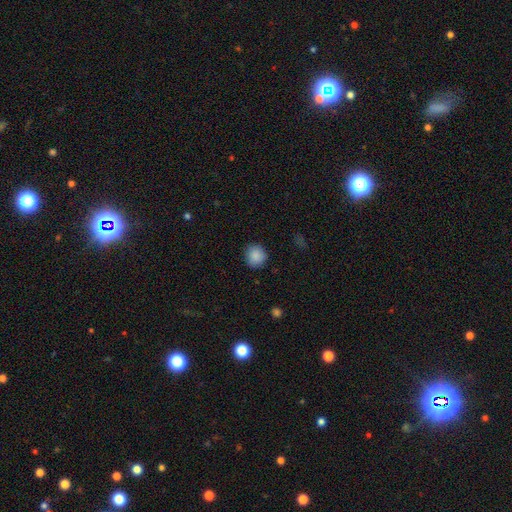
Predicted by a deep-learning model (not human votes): Smooth or featured? smooth (88%)
How rounded? round (89%)
Merging? none (86%)